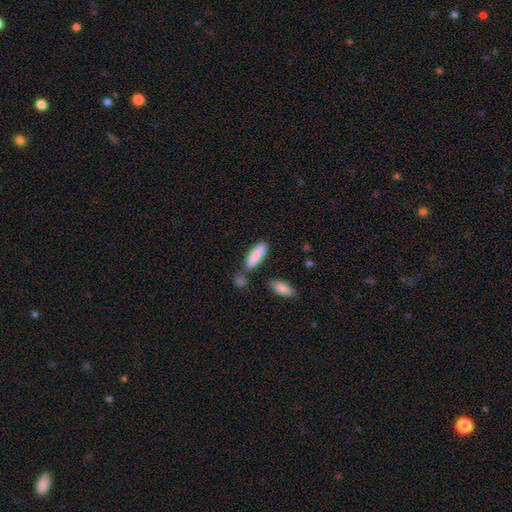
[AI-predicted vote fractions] Overall: smooth (87%). How rounded: in between (50%; cigar-shaped 48%). Merging: none (69%).